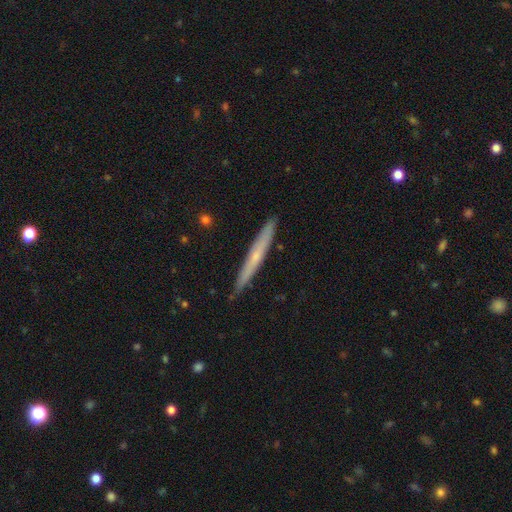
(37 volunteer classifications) Volunteers were most divided on "smooth or featured": featured or disk: 54%, smooth: 38%, star or artifact: 8%. More confident: edge-on disk — yes (95%); merging — none (94%); edge-on bulge — rounded (63%).